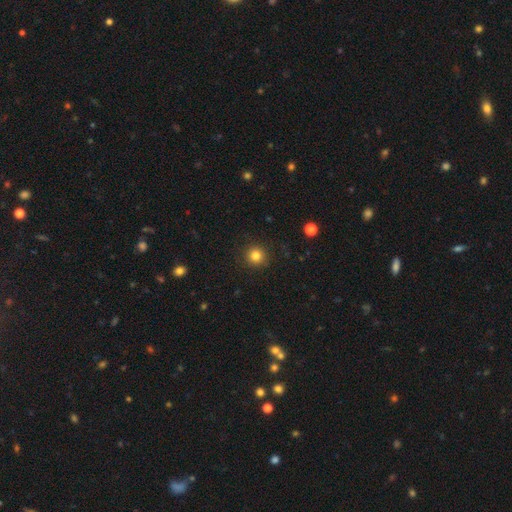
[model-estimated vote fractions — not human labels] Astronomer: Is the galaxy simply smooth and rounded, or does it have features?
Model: smooth — 83%.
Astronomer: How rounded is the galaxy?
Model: round — 94%.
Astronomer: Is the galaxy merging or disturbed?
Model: none — 91%.